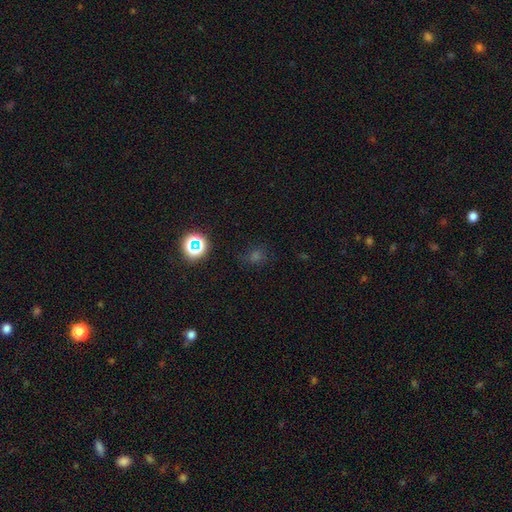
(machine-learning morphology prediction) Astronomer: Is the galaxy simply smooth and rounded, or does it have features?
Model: smooth — 50% (runner-up: star or artifact, 41%).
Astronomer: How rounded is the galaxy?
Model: round — 80%.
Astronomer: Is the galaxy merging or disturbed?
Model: none — 81%.